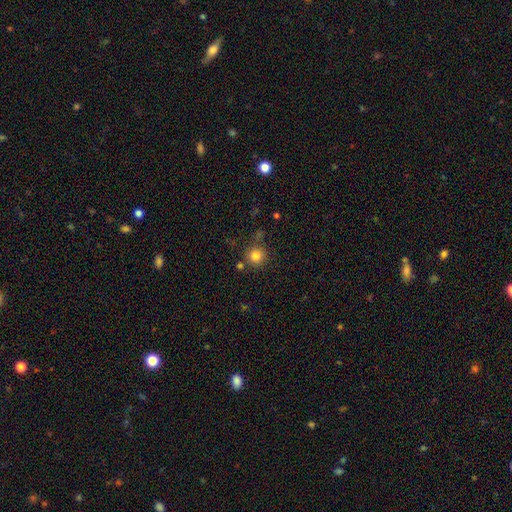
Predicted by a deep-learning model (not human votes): Morphology: type=smooth (82%); roundness=round (94%); merging=none (80%).